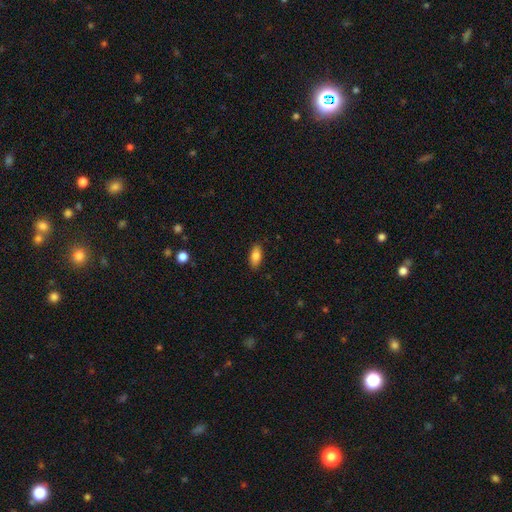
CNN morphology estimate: Smooth or featured: smooth — 85% (featured or disk — 8%)
How rounded: in between — 88% (cigar-shaped — 9%)
Merging: none — 87% (minor disturbance — 10%)